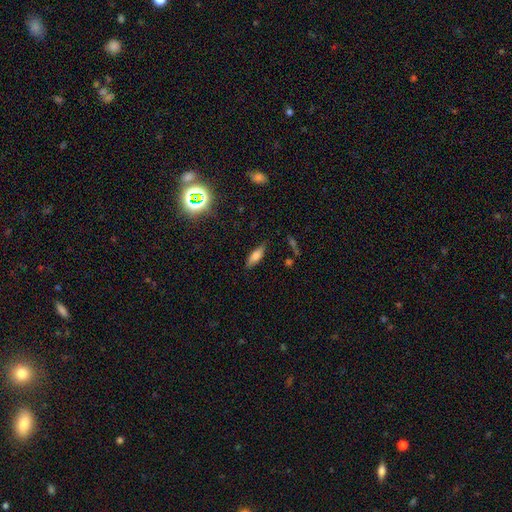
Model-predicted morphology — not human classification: Smooth or featured? smooth (68%)
How rounded? in between (59%)
Merging? none (80%)